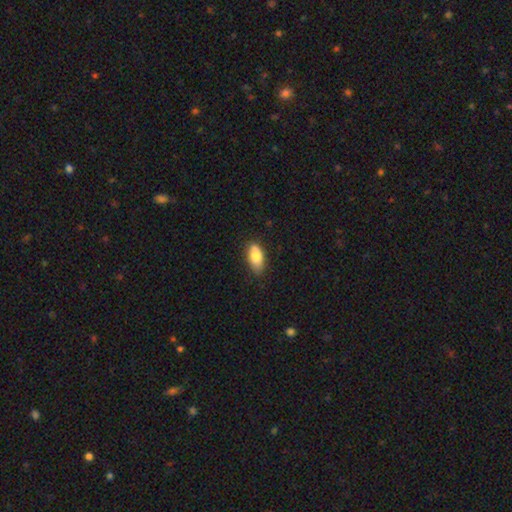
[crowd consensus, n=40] smooth_or_featured: smooth (p=0.85) [alt: star or artifact p=0.10]
how_rounded: in between (p=0.79) [alt: cigar-shaped p=0.18]
merging: none (p=0.69) [alt: minor disturbance p=0.25]